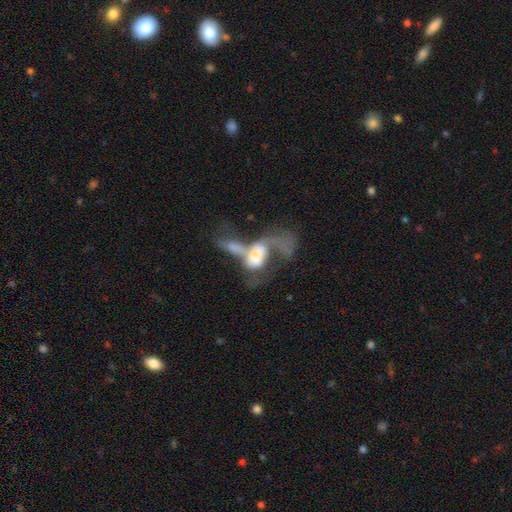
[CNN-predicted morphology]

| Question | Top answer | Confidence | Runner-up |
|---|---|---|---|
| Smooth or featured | featured or disk | 53% | smooth (37%) |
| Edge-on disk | no | 93% | yes (7%) |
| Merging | merger | 61% | major disturbance (27%) |